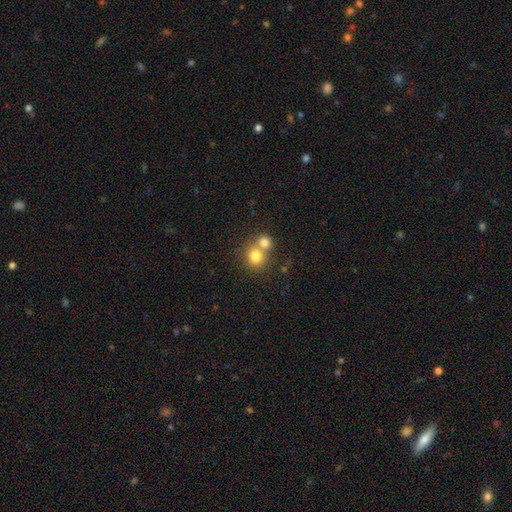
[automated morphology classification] smooth_or_featured: smooth (p=0.78) [alt: star or artifact p=0.11]
how_rounded: round (p=0.84) [alt: in between p=0.15]
merging: merger (p=0.53) [alt: none p=0.39]